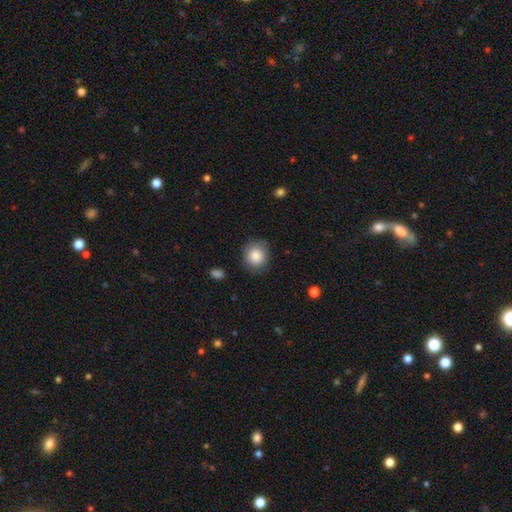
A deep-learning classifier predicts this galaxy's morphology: The model was most divided on "how rounded": round: 84%, in between: 15%, cigar-shaped: 1%. More confident: smooth or featured — smooth (86%); merging — none (84%).